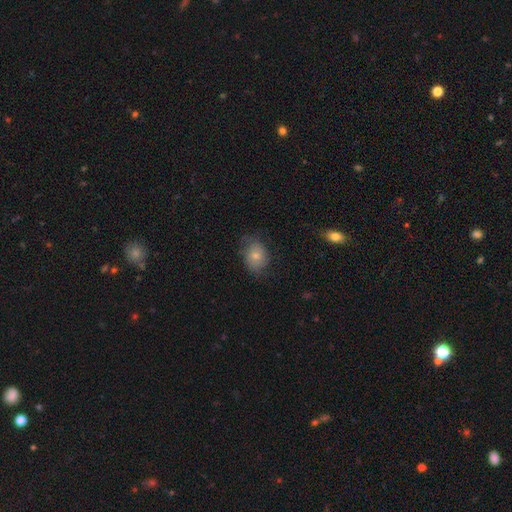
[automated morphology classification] The model was most divided on "how rounded": in between: 60%, round: 39%, cigar-shaped: 1%. More confident: smooth or featured — smooth (67%); merging — none (60%).